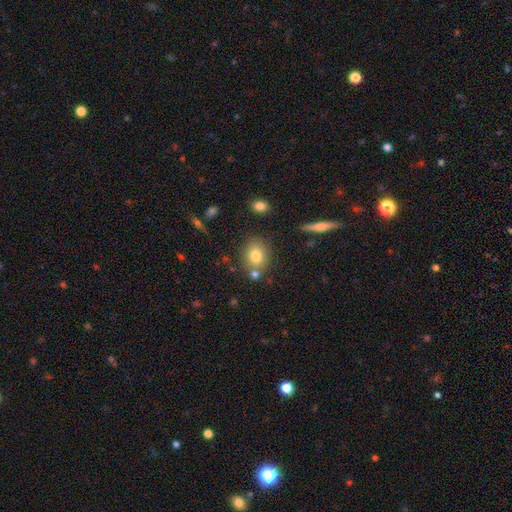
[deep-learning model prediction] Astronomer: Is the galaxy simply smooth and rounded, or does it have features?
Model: smooth — 79%.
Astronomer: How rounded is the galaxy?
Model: round — 53% (runner-up: in between, 46%).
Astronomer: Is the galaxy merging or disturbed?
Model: none — 73%.